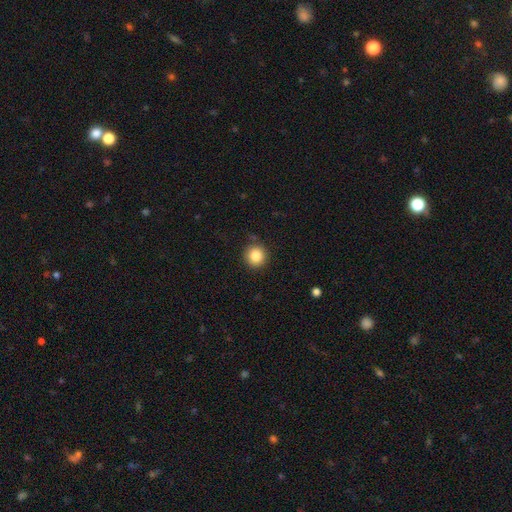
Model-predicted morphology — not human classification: smooth-or-featured: smooth: 86% | star or artifact: 10% | featured or disk: 5%
  how-rounded: round: 92% | in between: 7% | cigar-shaped: 1%
  merging: none: 87% | minor disturbance: 8% | major disturbance: 2% | merger: 2%